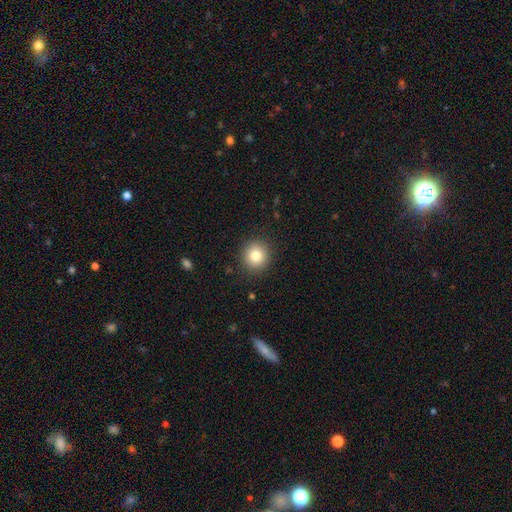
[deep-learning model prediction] A smooth galaxy with no disk features (81%) that is round (91%).

Vote fractions:
- Smooth or featured? smooth: 81% / star or artifact: 10% / featured or disk: 8%
- How rounded? round: 91% / in between: 8% / cigar-shaped: 1%
- Merging? none: 90% / minor disturbance: 7% / major disturbance: 2% / merger: 1%